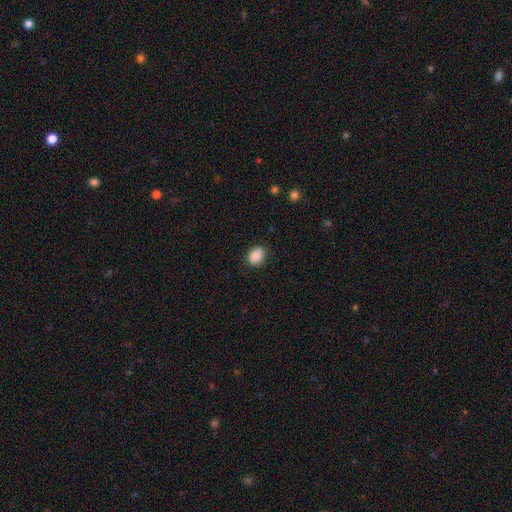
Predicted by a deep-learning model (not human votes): Smooth or featured?
  - smooth: 87% *
  - star or artifact: 8%
  - featured or disk: 5%
How rounded?
  - in between: 65% *
  - round: 34%
  - cigar-shaped: 1%
Merging?
  - none: 83% *
  - minor disturbance: 13%
  - major disturbance: 3%
  - merger: 1%